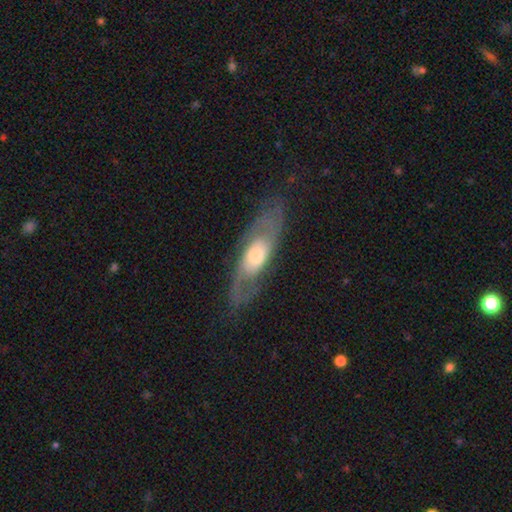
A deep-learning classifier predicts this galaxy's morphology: Smooth or featured: featured or disk — 72% (smooth — 23%)
Edge-on disk: no — 78% (yes — 22%)
Bar: no — 72% (weak — 23%)
Spiral arms: yes — 82% (no — 18%)
Bulge size: moderate — 54% (large — 31%)
Merging: none — 72% (minor disturbance — 16%)